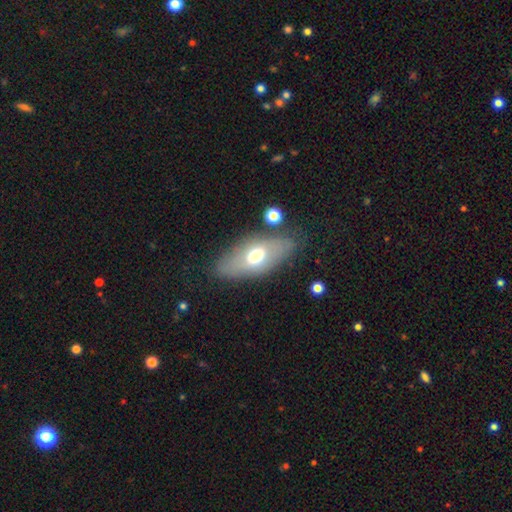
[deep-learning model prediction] A smooth galaxy with no disk features (57%) that is in between round and cigar-shaped (83%).

Vote fractions:
- Smooth or featured? smooth: 57% / featured or disk: 35% / star or artifact: 8%
- How rounded? in between: 83% / cigar-shaped: 13% / round: 4%
- Merging? none: 77% / minor disturbance: 14% / major disturbance: 5% / merger: 4%